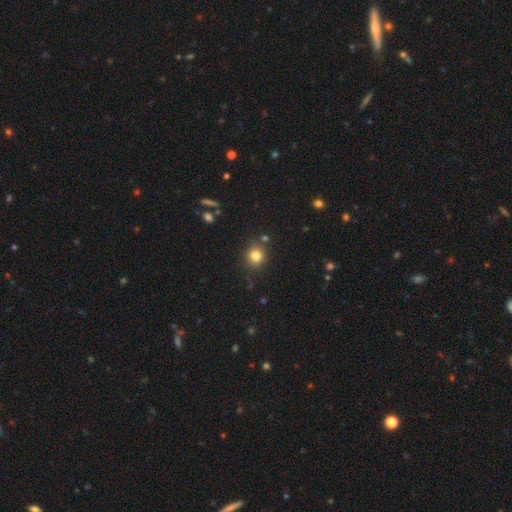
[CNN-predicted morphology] This is clearly a smooth galaxy (81%). How rounded: clearly round (86%). Merging: clearly none (82%).